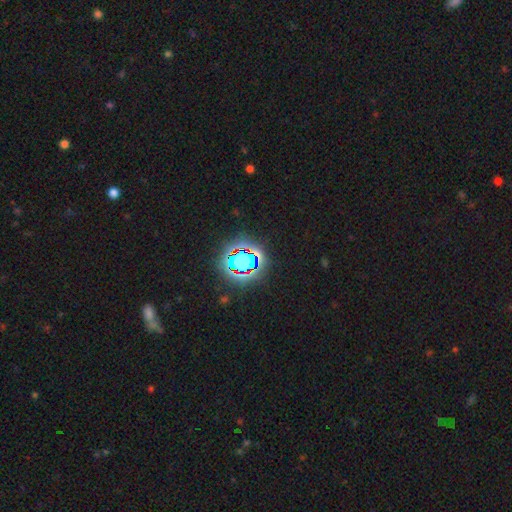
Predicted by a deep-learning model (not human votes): A star or artifact, not a galaxy (74%).

Vote fractions:
- Smooth or featured? star or artifact: 74% / smooth: 16% / featured or disk: 10%